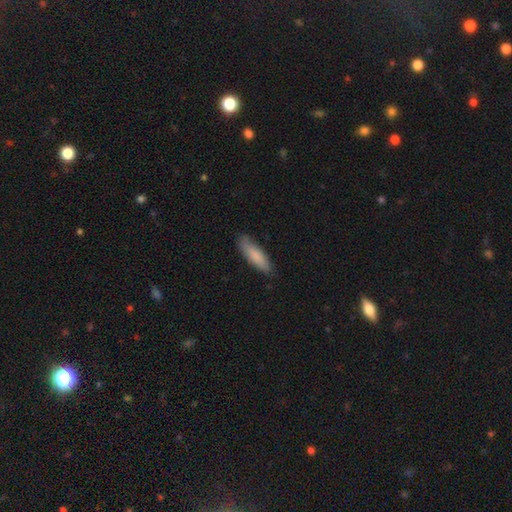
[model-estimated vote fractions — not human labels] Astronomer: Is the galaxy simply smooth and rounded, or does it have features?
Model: smooth — 84%.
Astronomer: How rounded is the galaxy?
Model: cigar-shaped — 64%.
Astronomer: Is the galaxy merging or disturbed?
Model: none — 82%.